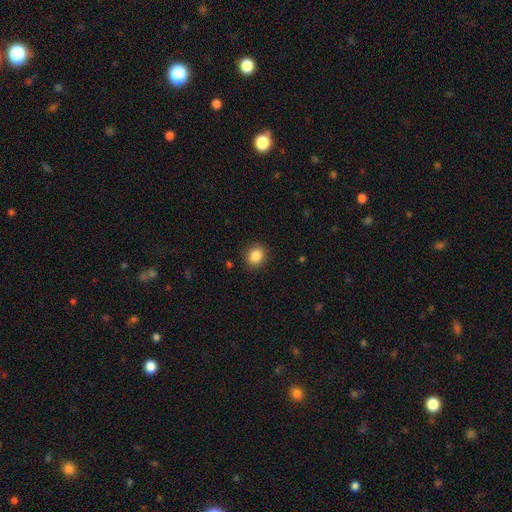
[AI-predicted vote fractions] Smooth or featured? Predicted: smooth (p=0.87). How rounded? Predicted: round (p=0.69). Merging? Predicted: none (p=0.90).